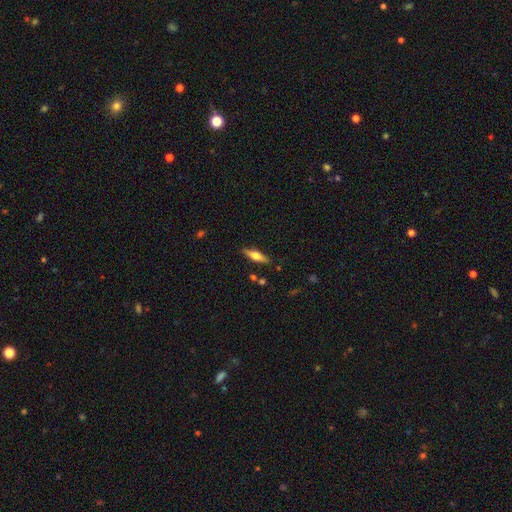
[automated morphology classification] Smooth or featured? Predicted: featured or disk (p=0.51). Edge-on disk? Predicted: yes (p=0.93). Merging? Predicted: none (p=0.85).